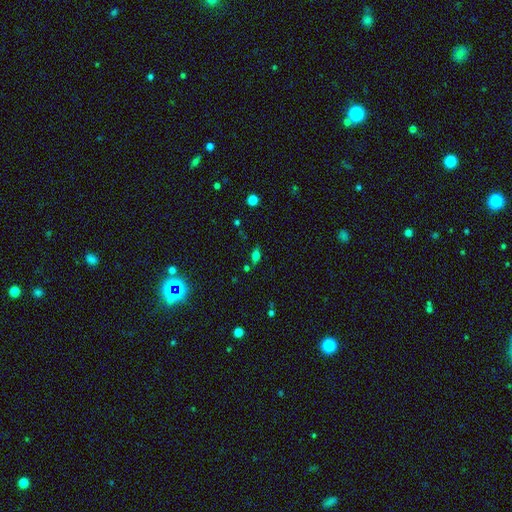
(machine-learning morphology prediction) This is likely a smooth galaxy (63%). How rounded: likely in between (77%). Merging: likely none (74%).